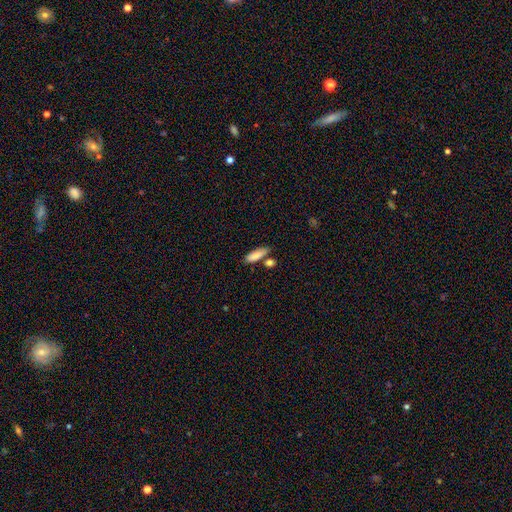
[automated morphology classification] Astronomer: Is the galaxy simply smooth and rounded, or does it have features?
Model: smooth — 85%.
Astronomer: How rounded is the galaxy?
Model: in between — 58% (runner-up: cigar-shaped, 40%).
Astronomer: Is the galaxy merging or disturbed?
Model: none — 68%.